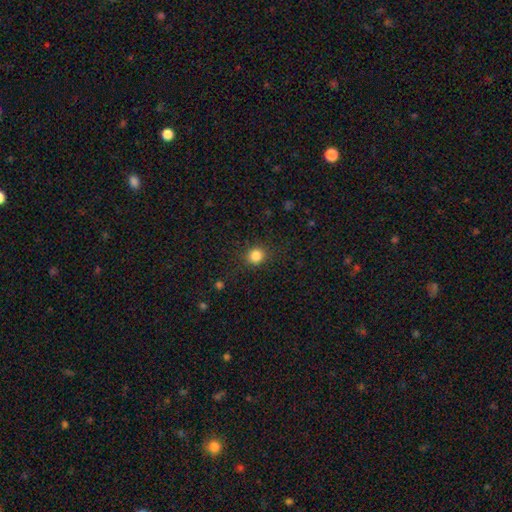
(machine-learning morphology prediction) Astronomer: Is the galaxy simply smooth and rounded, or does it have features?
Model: smooth — 84%.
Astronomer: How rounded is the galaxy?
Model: round — 84%.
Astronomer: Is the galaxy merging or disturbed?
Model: none — 88%.